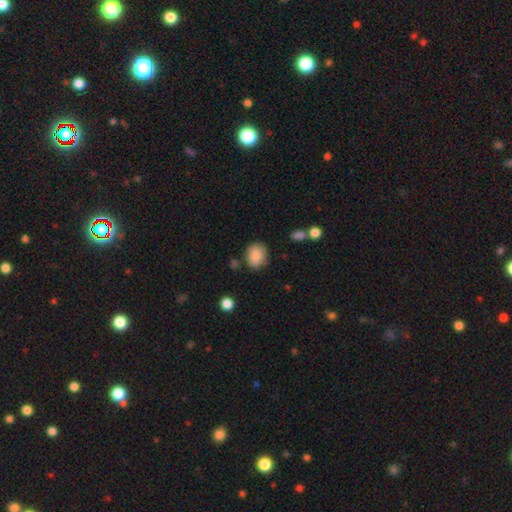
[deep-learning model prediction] Overall: smooth (86%). How rounded: round (55%; in between 44%). Merging: none (79%).